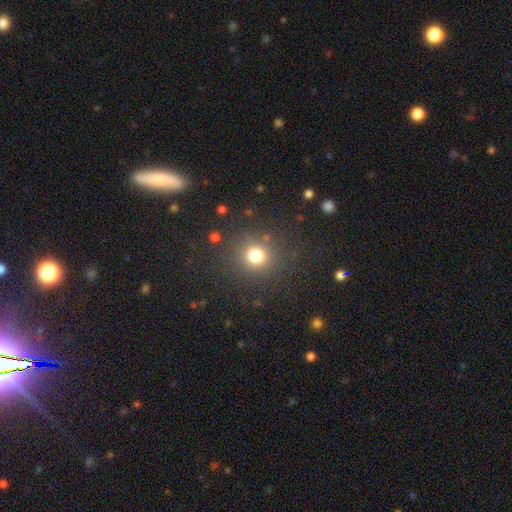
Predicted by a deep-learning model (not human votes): The model was most divided on "smooth or featured": smooth: 76%, star or artifact: 17%, featured or disk: 7%. More confident: how rounded — round (89%); merging — none (84%).